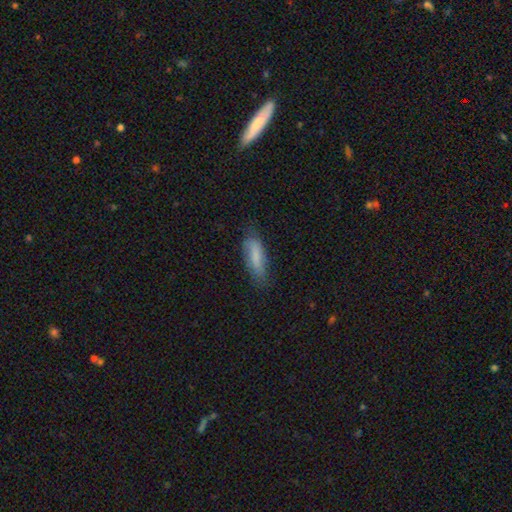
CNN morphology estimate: A smooth galaxy with no disk features (74%) that is in between round and cigar-shaped (54%). Merging: none (67%).